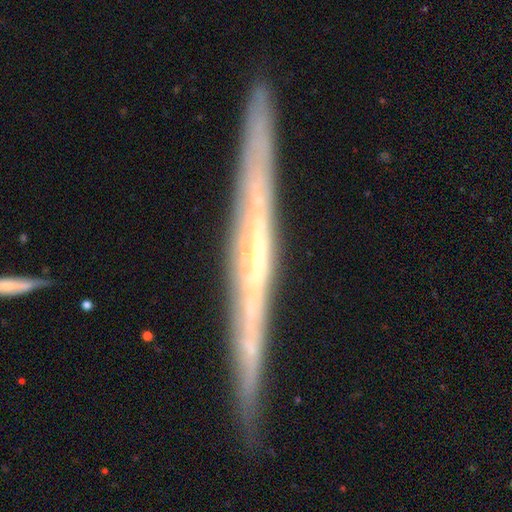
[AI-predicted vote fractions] Smooth or featured? Predicted: featured or disk (p=0.78). Edge-on disk? Predicted: yes (p=0.96). Edge-on bulge? Predicted: none (p=0.69). Merging? Predicted: none (p=0.88).